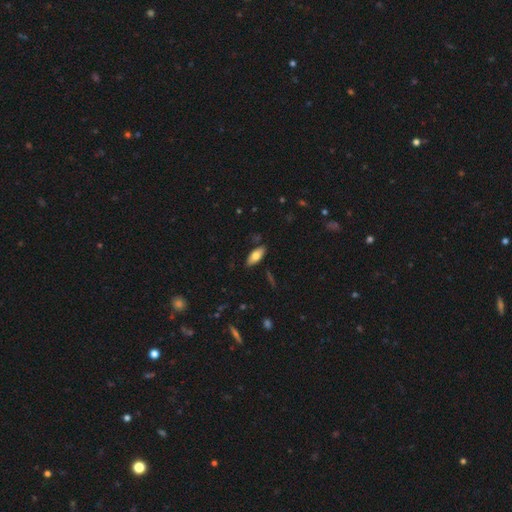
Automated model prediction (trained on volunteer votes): The model was most divided on "smooth or featured": smooth: 73%, featured or disk: 20%, star or artifact: 7%. More confident: how rounded — in between (85%); merging — none (84%).